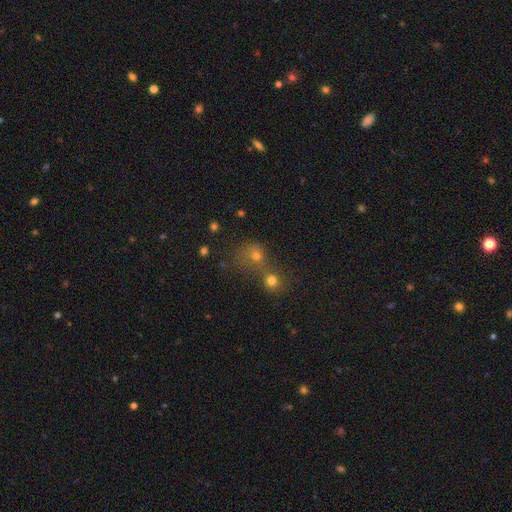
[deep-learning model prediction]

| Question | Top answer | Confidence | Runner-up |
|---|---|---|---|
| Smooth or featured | smooth | 64% | star or artifact (24%) |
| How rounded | round | 79% | in between (20%) |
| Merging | merger | 56% | none (30%) |